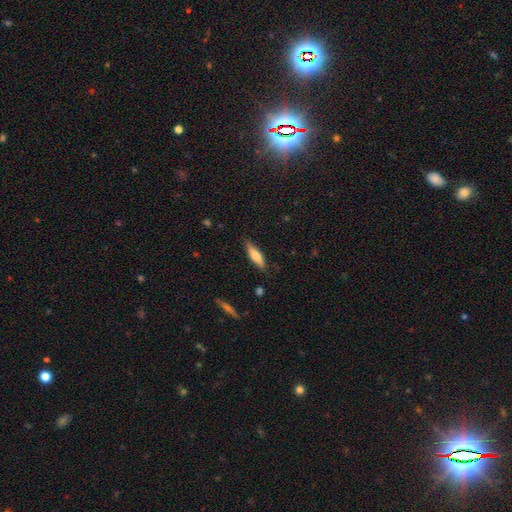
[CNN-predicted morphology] Smooth or featured?
  - smooth: 68% *
  - featured or disk: 26%
  - star or artifact: 6%
How rounded?
  - cigar-shaped: 62% *
  - in between: 37%
  - round: 2%
Merging?
  - none: 80% *
  - minor disturbance: 15%
  - major disturbance: 3%
  - merger: 1%